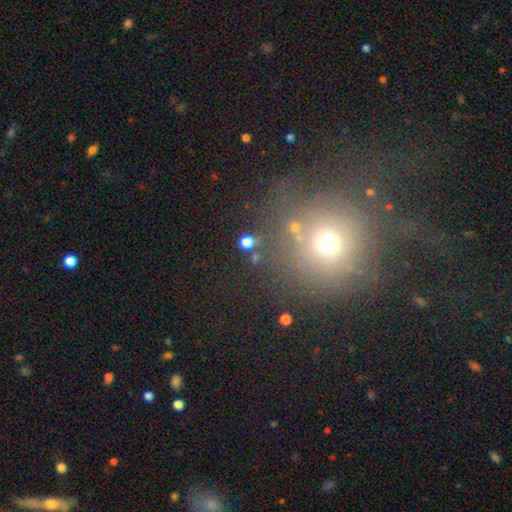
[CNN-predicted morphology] A smooth galaxy with no disk features (52%) that is round (86%).

Vote fractions:
- Smooth or featured? smooth: 52% / star or artifact: 36% / featured or disk: 12%
- How rounded? round: 86% / in between: 12% / cigar-shaped: 2%
- Merging? none: 76% / minor disturbance: 10% / merger: 8% / major disturbance: 7%